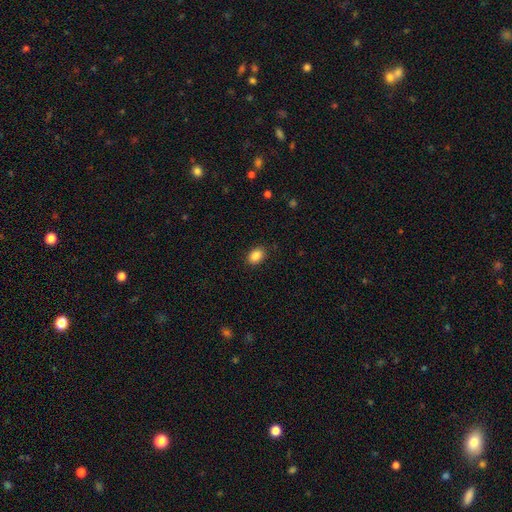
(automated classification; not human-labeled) smooth-or-featured: smooth: 88% | star or artifact: 8% | featured or disk: 4%
  how-rounded: in between: 79% | round: 20% | cigar-shaped: 1%
  merging: none: 87% | minor disturbance: 10% | major disturbance: 2% | merger: 1%